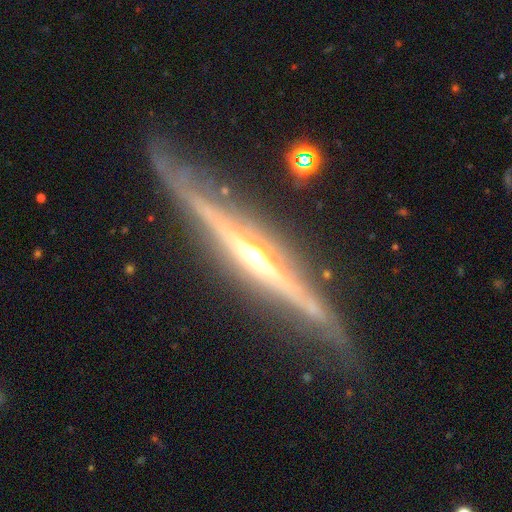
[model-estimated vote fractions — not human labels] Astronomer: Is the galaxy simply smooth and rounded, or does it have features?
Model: featured or disk — 87%.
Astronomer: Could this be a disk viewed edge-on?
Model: yes — 95%.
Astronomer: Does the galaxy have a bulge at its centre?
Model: rounded — 81%.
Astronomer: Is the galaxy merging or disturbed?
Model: none — 77%.